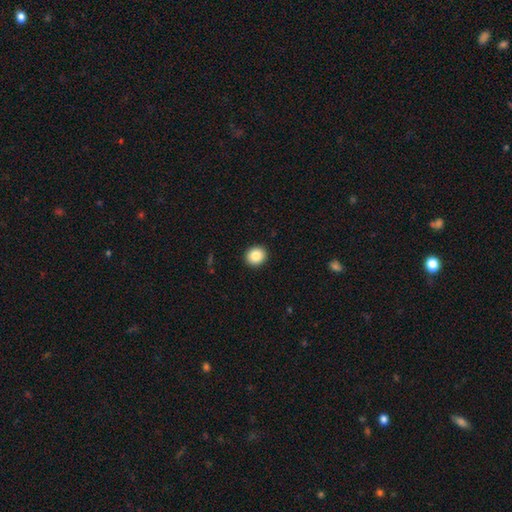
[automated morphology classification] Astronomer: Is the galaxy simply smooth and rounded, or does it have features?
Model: smooth — 86%.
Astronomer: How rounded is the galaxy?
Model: round — 84%.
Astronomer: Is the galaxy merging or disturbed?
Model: none — 93%.